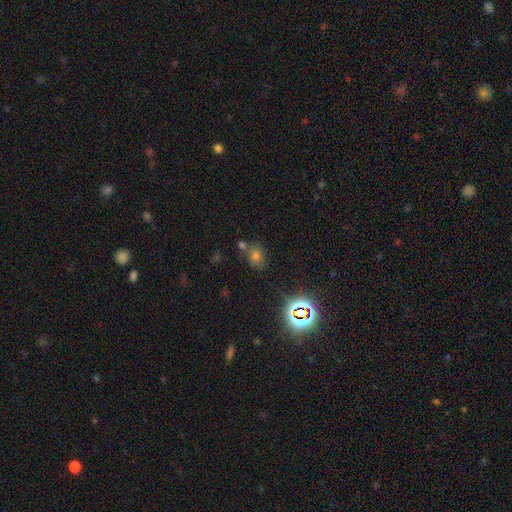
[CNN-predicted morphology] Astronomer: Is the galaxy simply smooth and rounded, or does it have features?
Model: smooth — 53% (runner-up: star or artifact, 36%).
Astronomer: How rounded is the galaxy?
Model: round — 50% (runner-up: in between, 48%).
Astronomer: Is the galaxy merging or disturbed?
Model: none — 68%.